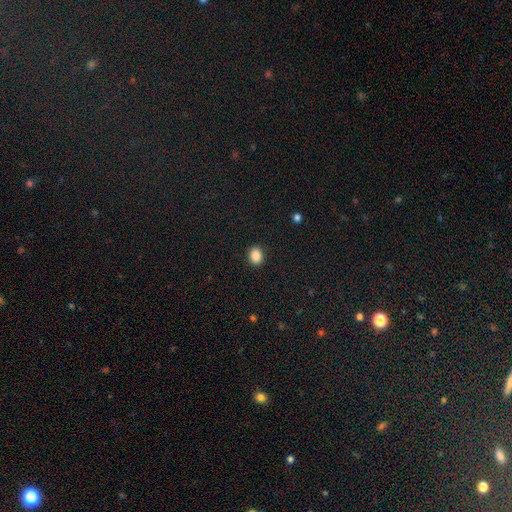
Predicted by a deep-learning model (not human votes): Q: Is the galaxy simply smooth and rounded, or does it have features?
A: smooth — 88%.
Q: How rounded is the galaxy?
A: in between — 56%.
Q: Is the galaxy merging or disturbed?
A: none — 90%.